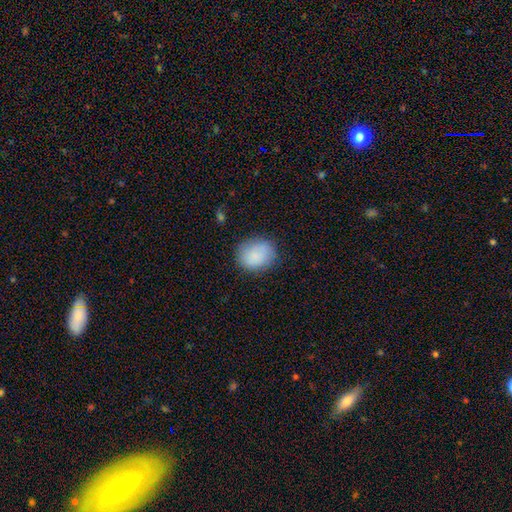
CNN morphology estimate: This is clearly a smooth galaxy (86%). How rounded: possibly round (54%). Merging: likely none (80%).